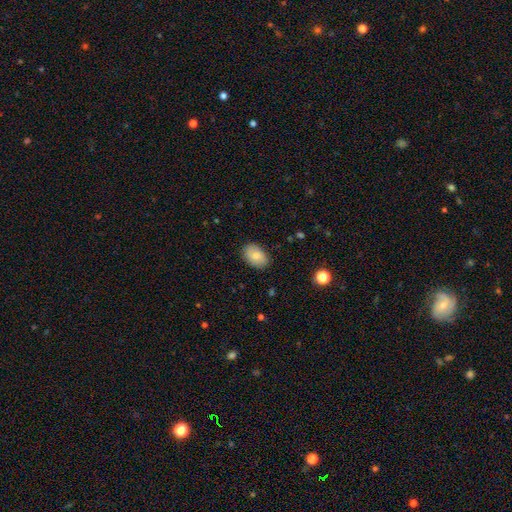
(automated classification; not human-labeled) The model was most divided on "smooth or featured": smooth: 83%, featured or disk: 11%, star or artifact: 7%. More confident: how rounded — in between (88%); merging — none (86%).